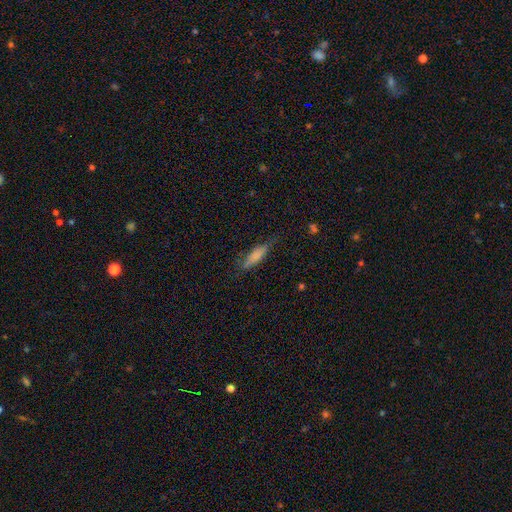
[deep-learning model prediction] smooth 74%, featured or disk 18%, star or artifact 8%. Down the decision tree: how rounded — cigar-shaped (62%); merging — none (72%).